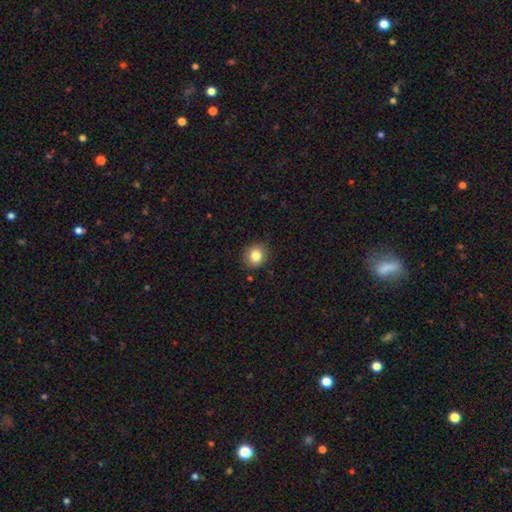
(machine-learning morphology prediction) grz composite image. It shows a smooth galaxy with no disk features (83%) that is round (76%). Merging: none (88%).